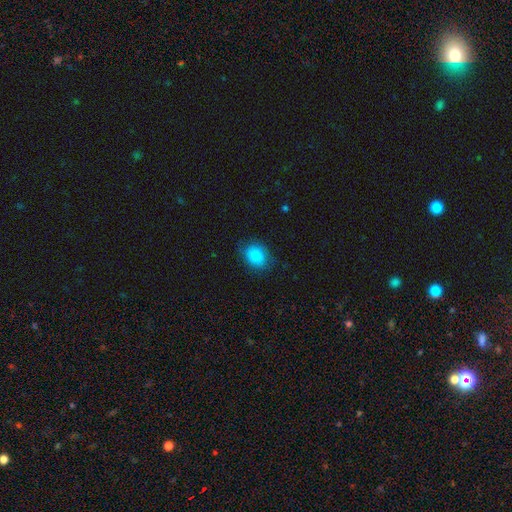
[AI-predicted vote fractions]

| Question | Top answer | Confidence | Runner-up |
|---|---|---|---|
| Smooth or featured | smooth | 86% | star or artifact (8%) |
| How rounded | in between | 58% | round (41%) |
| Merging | none | 77% | minor disturbance (17%) |